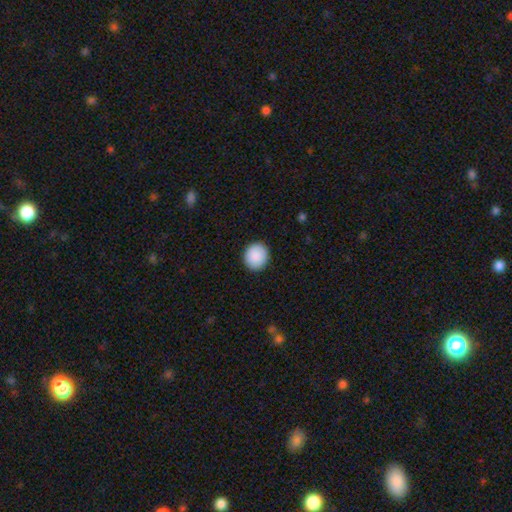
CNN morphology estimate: This is clearly a smooth galaxy (90%). How rounded: clearly round (83%). Merging: clearly none (91%).